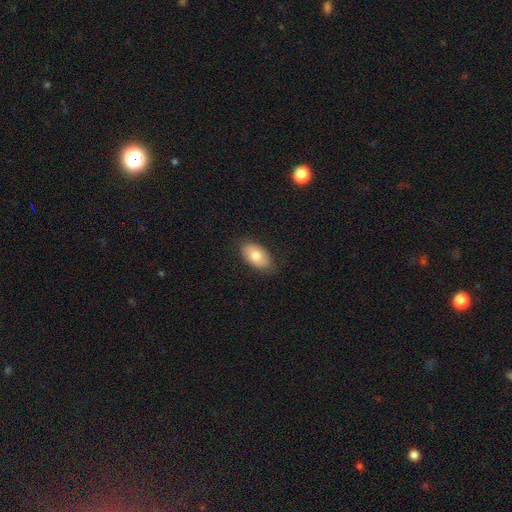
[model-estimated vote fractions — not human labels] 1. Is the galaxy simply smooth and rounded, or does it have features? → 76% smooth, 17% featured or disk, 6% star or artifact.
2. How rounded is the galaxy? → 94% in between, 5% round, 2% cigar-shaped.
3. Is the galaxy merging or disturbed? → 84% none, 13% minor disturbance, 2% major disturbance, 1% merger.